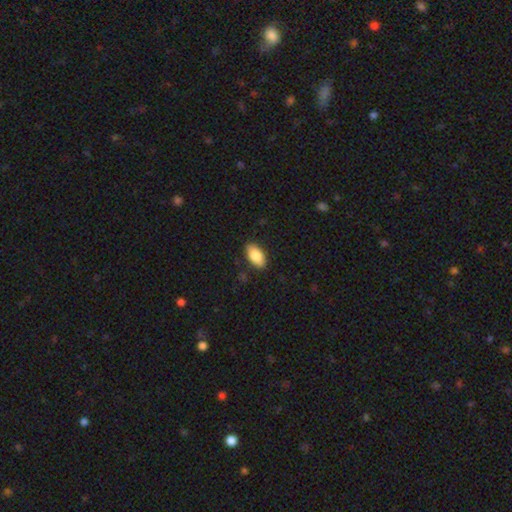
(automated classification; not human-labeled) A smooth galaxy with no disk features (85%) that is in between round and cigar-shaped (92%). Merging: none (87%).